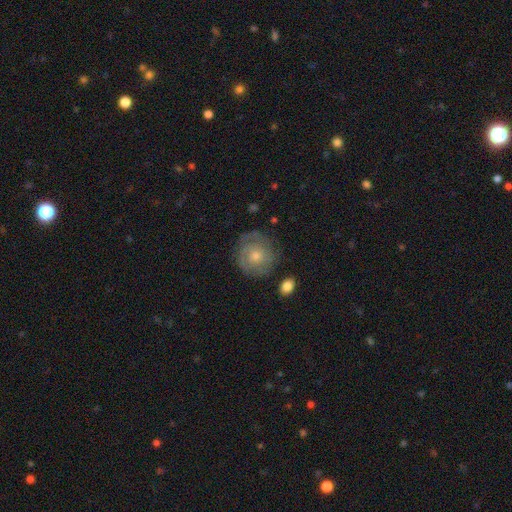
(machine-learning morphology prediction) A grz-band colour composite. It shows a featured or disk galaxy (58%) with no bar (82%), spiral arms (81%) and a moderate central bulge (52%). Merging: none (77%).